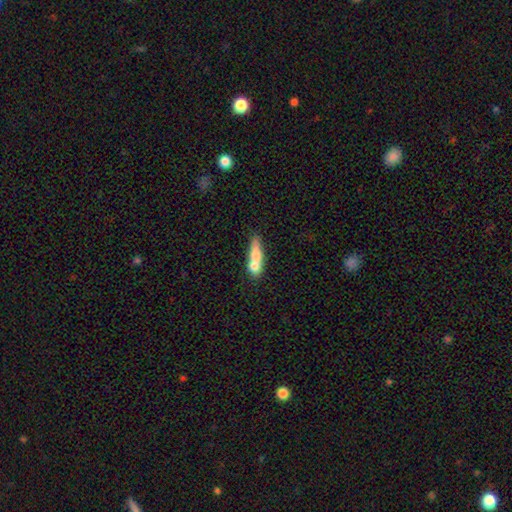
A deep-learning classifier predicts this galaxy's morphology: The model was most divided on "how rounded": cigar-shaped: 49%, in between: 39%, round: 12%. More confident: smooth or featured — smooth (62%); merging — merger (57%).